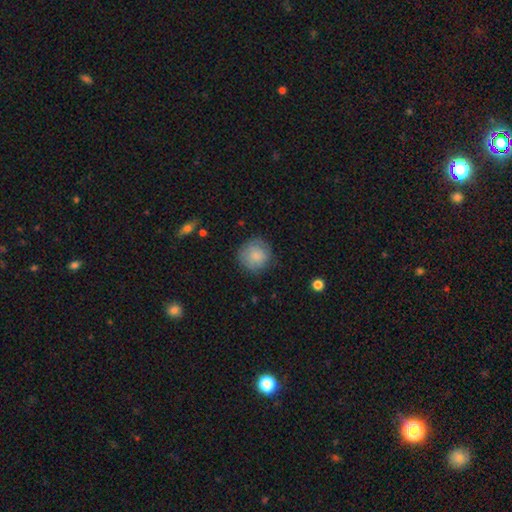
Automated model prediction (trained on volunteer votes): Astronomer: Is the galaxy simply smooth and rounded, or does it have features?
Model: smooth — 76%.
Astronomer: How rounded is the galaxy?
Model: round — 92%.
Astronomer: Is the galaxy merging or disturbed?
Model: none — 77%.